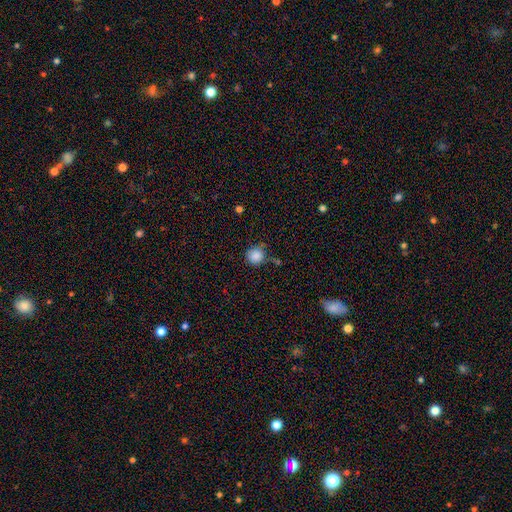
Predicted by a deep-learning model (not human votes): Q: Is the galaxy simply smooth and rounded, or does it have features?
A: smooth — 87%.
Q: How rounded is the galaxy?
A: round — 92%.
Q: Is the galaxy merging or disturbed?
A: none — 72%.